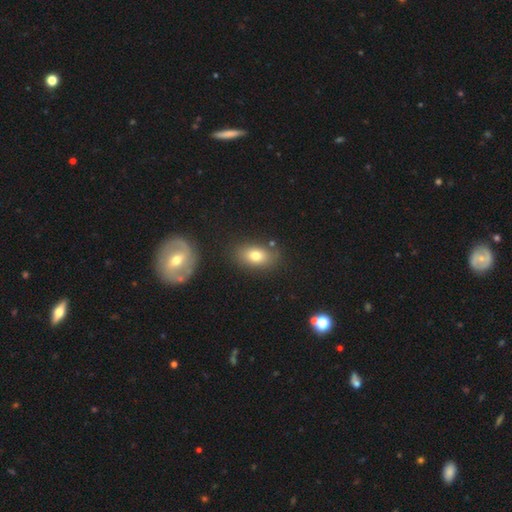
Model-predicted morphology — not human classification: This is likely a smooth galaxy (77%). How rounded: clearly in between (83%). Merging: likely none (79%).